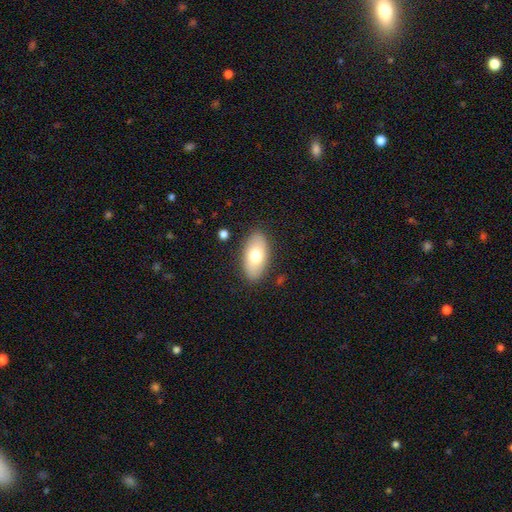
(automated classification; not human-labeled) This is likely a smooth galaxy (72%). How rounded: clearly in between (93%). Merging: clearly none (85%).